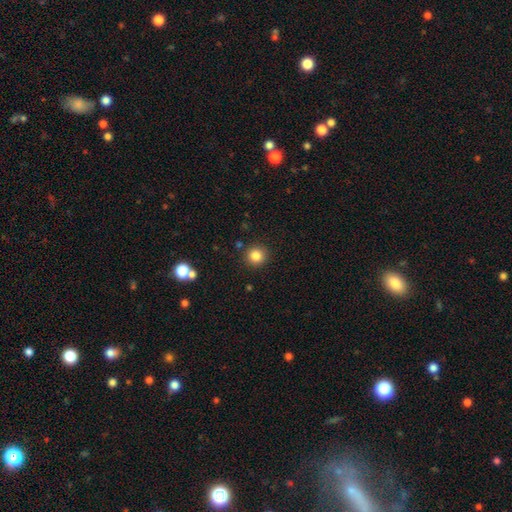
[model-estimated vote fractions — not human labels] Smooth or featured?
  - smooth: 83% *
  - star or artifact: 12%
  - featured or disk: 5%
How rounded?
  - round: 94% *
  - in between: 5%
  - cigar-shaped: 1%
Merging?
  - none: 89% *
  - minor disturbance: 6%
  - merger: 2%
  - major disturbance: 2%